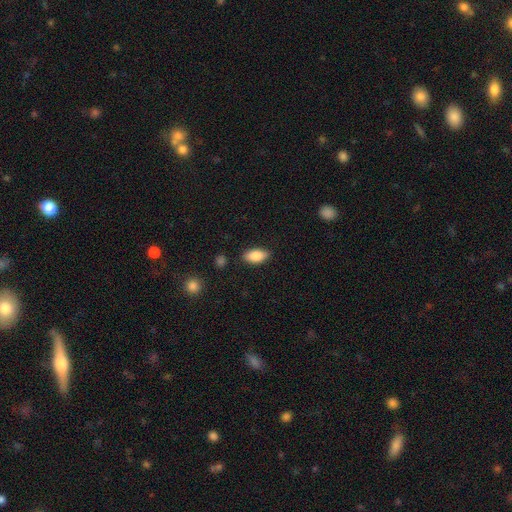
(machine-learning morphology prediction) Q: Smooth or featured?
A: smooth (85%); runner-up: featured or disk (8%)
Q: How rounded?
A: in between (90%); runner-up: cigar-shaped (7%)
Q: Merging?
A: none (84%); runner-up: minor disturbance (11%)